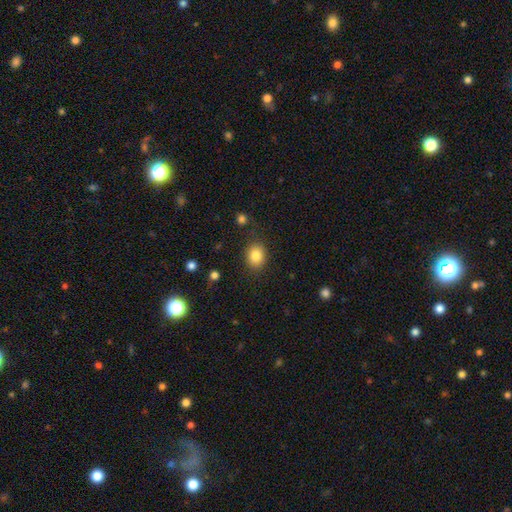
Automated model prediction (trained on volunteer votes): A smooth galaxy with no disk features (84%) that is round (58%). Merging: none (84%).